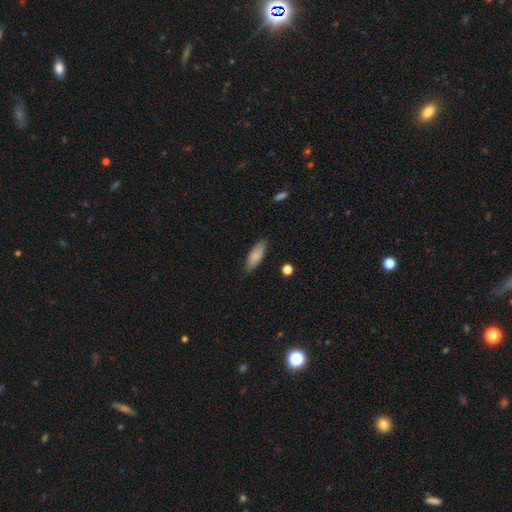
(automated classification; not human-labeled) smooth_or_featured: smooth (p=0.83) [alt: featured or disk p=0.11]
how_rounded: in between (p=0.66) [alt: cigar-shaped p=0.32]
merging: none (p=0.81) [alt: minor disturbance p=0.15]